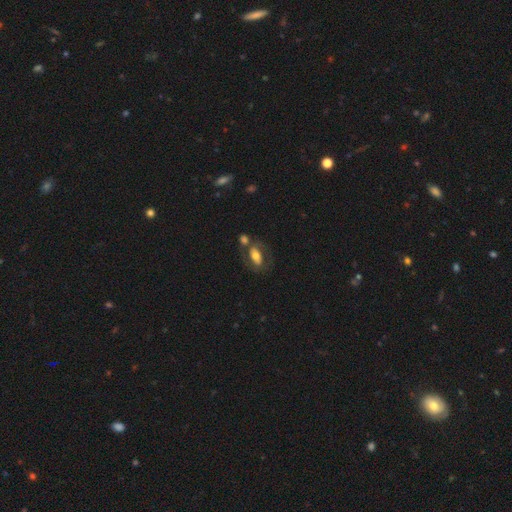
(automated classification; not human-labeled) Smooth or featured?
  - smooth: 51% *
  - featured or disk: 41%
  - star or artifact: 8%
How rounded?
  - in between: 84% *
  - round: 9%
  - cigar-shaped: 6%
Merging?
  - none: 48% *
  - merger: 25%
  - minor disturbance: 15%
  - major disturbance: 12%